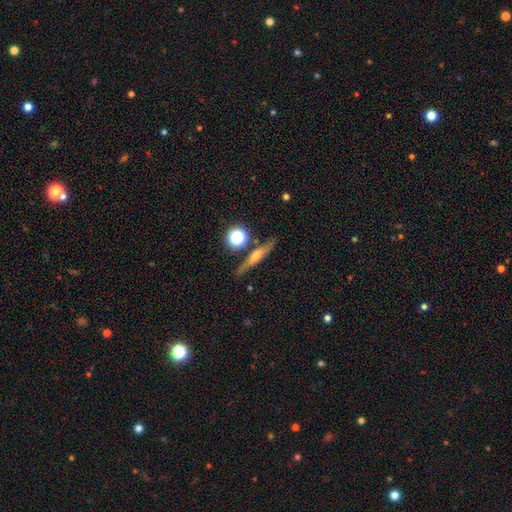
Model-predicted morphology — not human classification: Smooth or featured?
  - featured or disk: 57% *
  - smooth: 32%
  - star or artifact: 11%
Edge-on disk?
  - yes: 93% *
  - no: 7%
Edge-on bulge?
  - rounded: 78% *
  - none: 14%
  - boxy: 8%
Merging?
  - none: 82% *
  - minor disturbance: 10%
  - merger: 6%
  - major disturbance: 3%